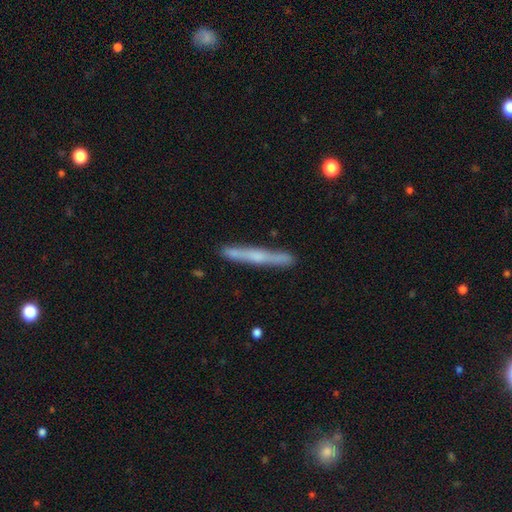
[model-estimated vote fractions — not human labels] Smooth or featured? Predicted: featured or disk (p=0.52). Edge-on disk? Predicted: yes (p=0.94). Merging? Predicted: none (p=0.86).